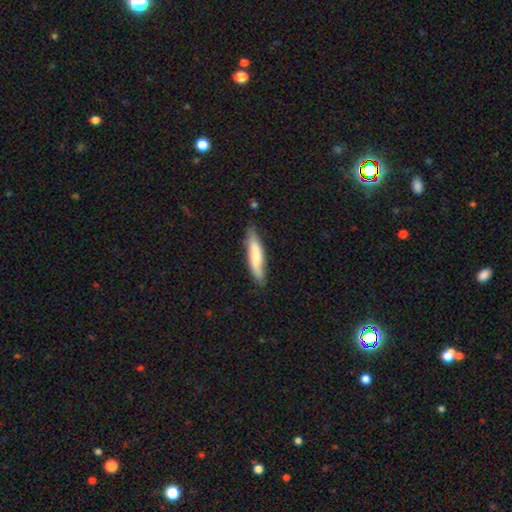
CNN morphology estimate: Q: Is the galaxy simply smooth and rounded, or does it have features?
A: smooth — 68%.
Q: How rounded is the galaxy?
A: cigar-shaped — 81%.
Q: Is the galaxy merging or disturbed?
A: none — 78%.